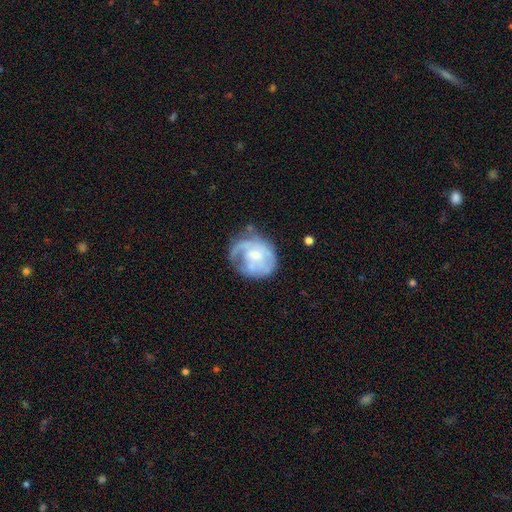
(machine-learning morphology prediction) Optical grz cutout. It shows a featured or disk galaxy (68%) with no bar (61%), spiral arms (73%) and a small central bulge (43%). Merging: none (46%).